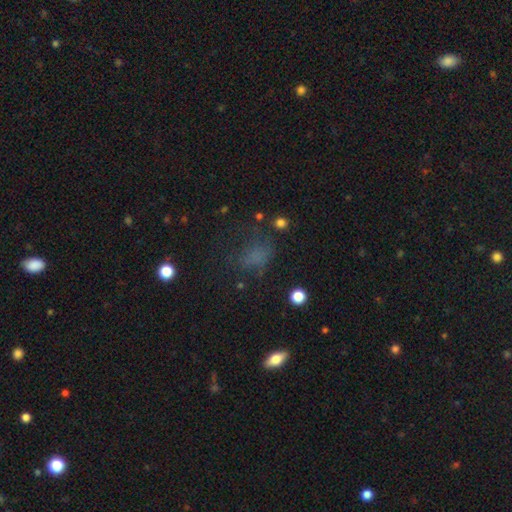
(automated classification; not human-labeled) Overall: smooth (60%; star or artifact 25%). How rounded: in between (64%; round 33%). Merging: none (52%; minor disturbance 22%).